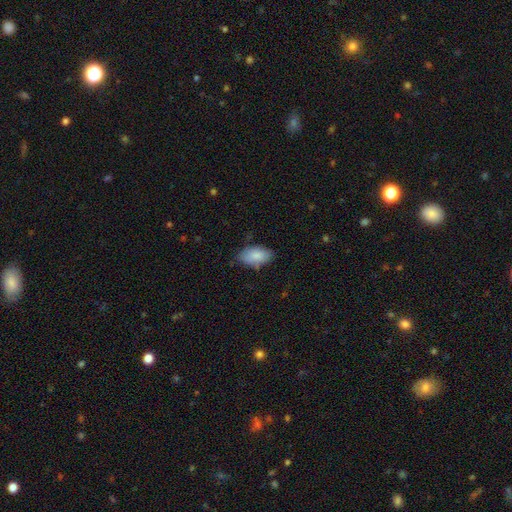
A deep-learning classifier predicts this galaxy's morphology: The model was most divided on "merging": none: 72%, minor disturbance: 22%, major disturbance: 4%, merger: 2%. More confident: how rounded — in between (94%); smooth or featured — smooth (86%).